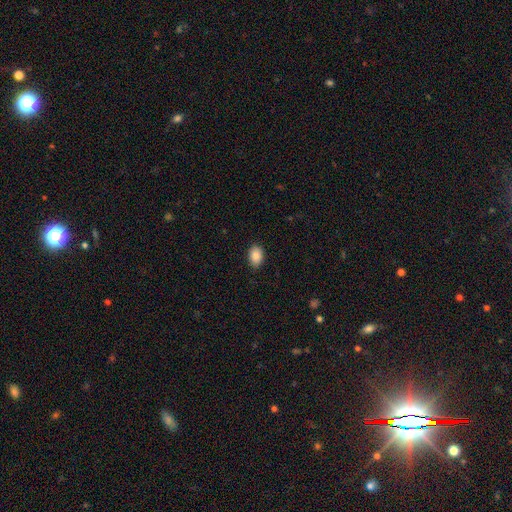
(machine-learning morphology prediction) A smooth galaxy with no disk features (88%) that is in between round and cigar-shaped (82%). Merging: none (86%).